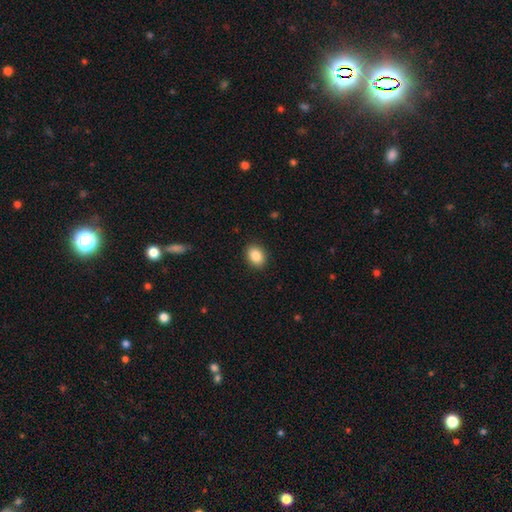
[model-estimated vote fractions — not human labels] A smooth galaxy with no disk features (87%) that is in between round and cigar-shaped (57%). Merging: none (90%).